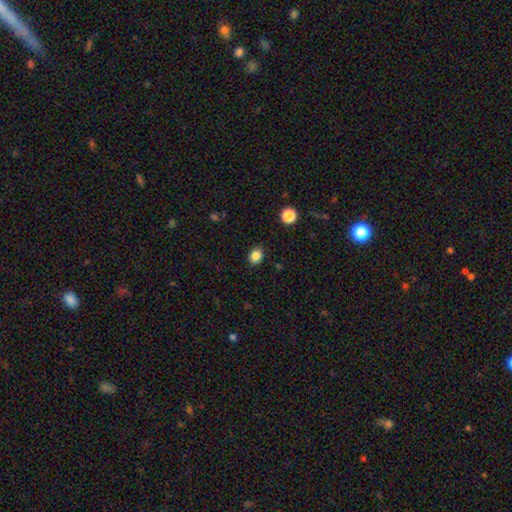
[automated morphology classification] smooth-or-featured: smooth: 84% | star or artifact: 11% | featured or disk: 4%
  how-rounded: round: 53% | in between: 46% | cigar-shaped: 1%
  merging: none: 86% | minor disturbance: 10% | major disturbance: 2% | merger: 1%